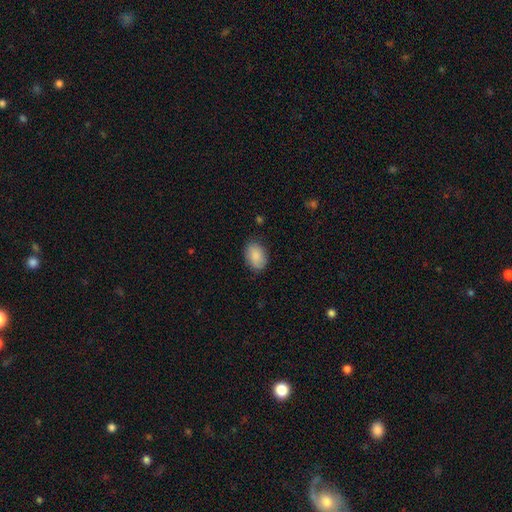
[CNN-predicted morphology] Smooth or featured: smooth — 87% (featured or disk — 7%)
How rounded: in between — 84% (round — 15%)
Merging: none — 82% (minor disturbance — 14%)